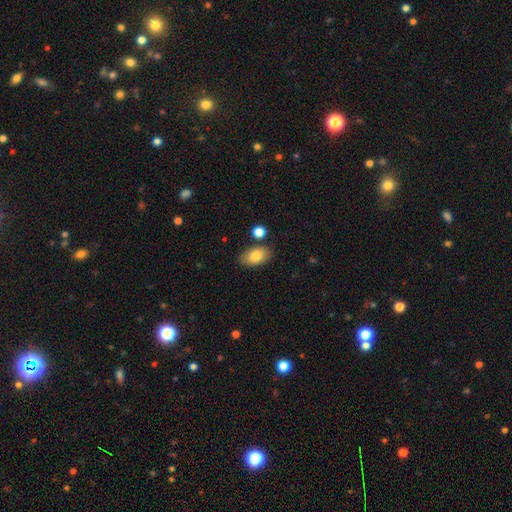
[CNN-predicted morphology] This is clearly a smooth galaxy (83%). How rounded: clearly in between (93%). Merging: clearly none (81%).